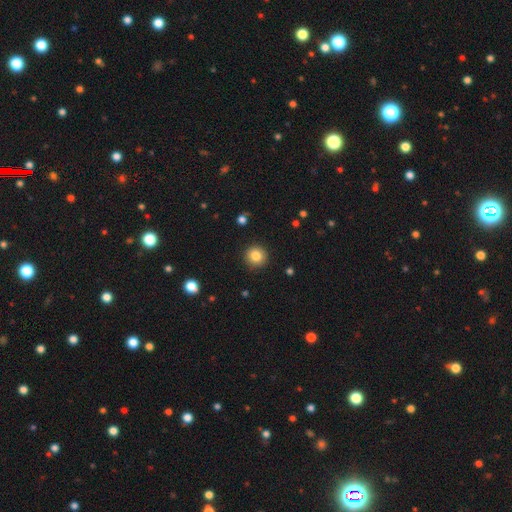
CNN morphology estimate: type=smooth (83%); roundness=round (94%); merging=none (92%).